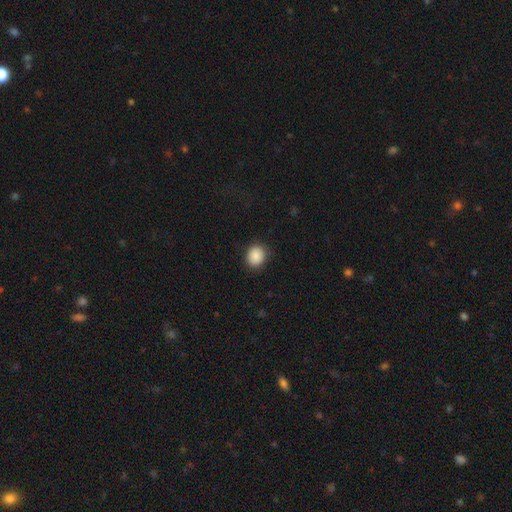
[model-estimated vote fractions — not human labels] Smooth or featured?
  - smooth: 89% *
  - star or artifact: 8%
  - featured or disk: 3%
How rounded?
  - round: 68% *
  - in between: 31%
  - cigar-shaped: 1%
Merging?
  - none: 87% *
  - minor disturbance: 9%
  - major disturbance: 3%
  - merger: 1%